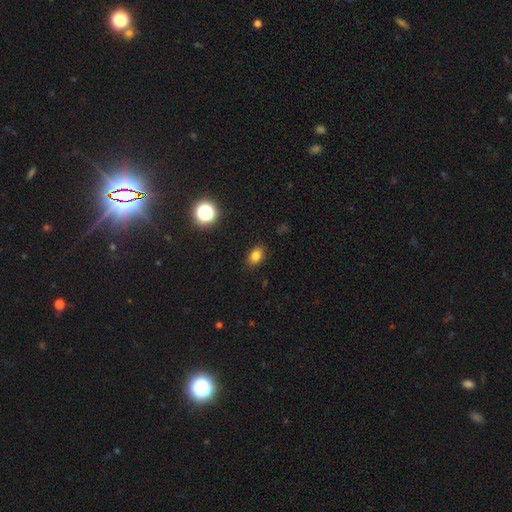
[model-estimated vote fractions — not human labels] A smooth galaxy with no disk features (80%) that is in between round and cigar-shaped (74%).

Vote fractions:
- Smooth or featured? smooth: 80% / star or artifact: 13% / featured or disk: 6%
- How rounded? in between: 74% / round: 24% / cigar-shaped: 1%
- Merging? none: 88% / minor disturbance: 9% / major disturbance: 2% / merger: 1%